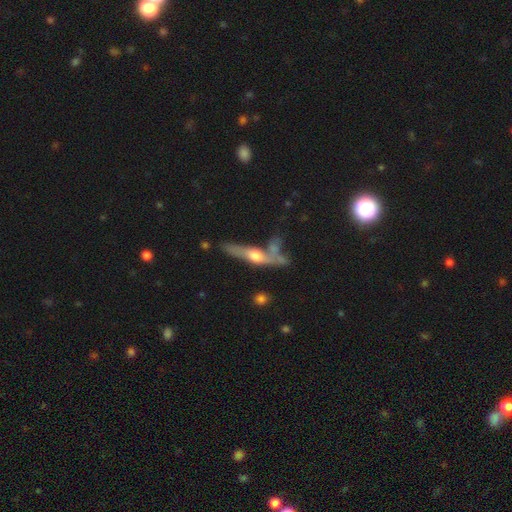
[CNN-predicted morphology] The model was most divided on "merging": none: 47%, merger: 21%, minor disturbance: 19%, major disturbance: 13%. More confident: edge-on disk — yes (79%); smooth or featured — featured or disk (62%).